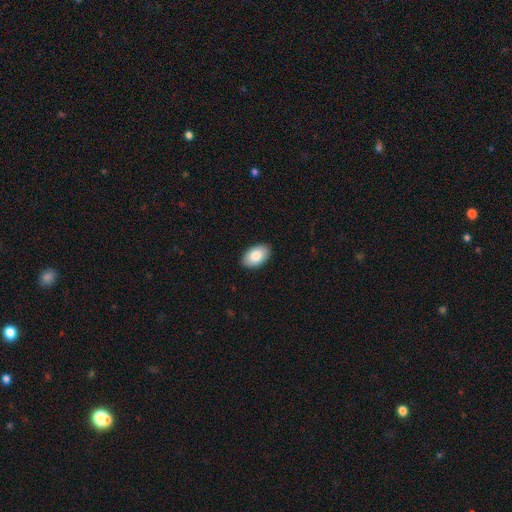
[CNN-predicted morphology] Smooth or featured? smooth (85%)
How rounded? in between (94%)
Merging? none (90%)